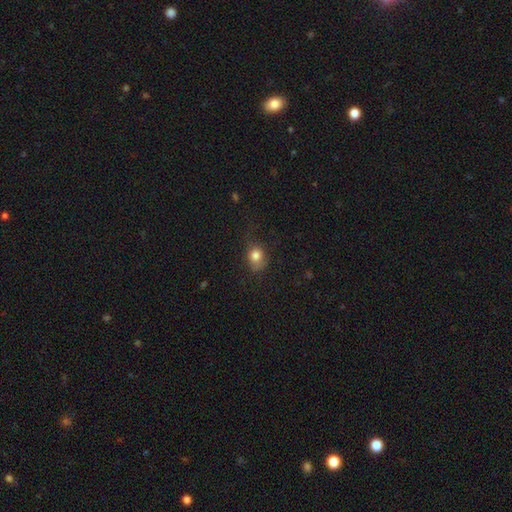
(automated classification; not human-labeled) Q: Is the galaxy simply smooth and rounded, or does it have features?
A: smooth — 81%.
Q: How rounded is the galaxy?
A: round — 58%.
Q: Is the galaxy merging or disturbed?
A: none — 58%.